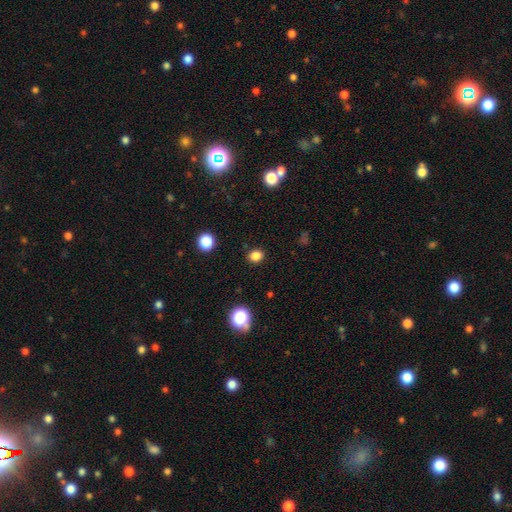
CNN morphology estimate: Smooth or featured?
  - smooth: 82% *
  - star or artifact: 14%
  - featured or disk: 4%
How rounded?
  - round: 67% *
  - in between: 32%
  - cigar-shaped: 1%
Merging?
  - none: 88% *
  - minor disturbance: 8%
  - major disturbance: 3%
  - merger: 1%